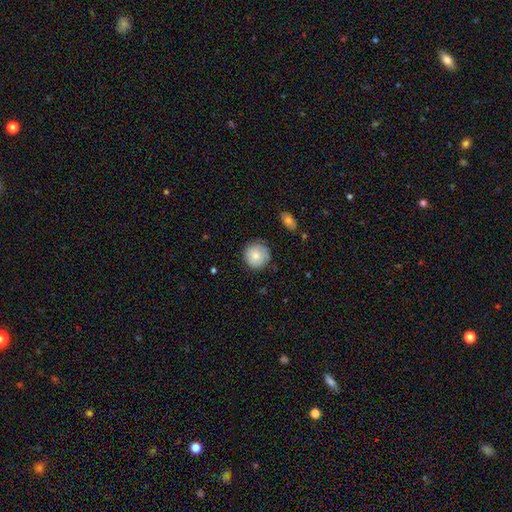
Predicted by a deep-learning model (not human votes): This appears to be a smooth galaxy with no disk features (79%) that is round (93%). Merging: none (81%).